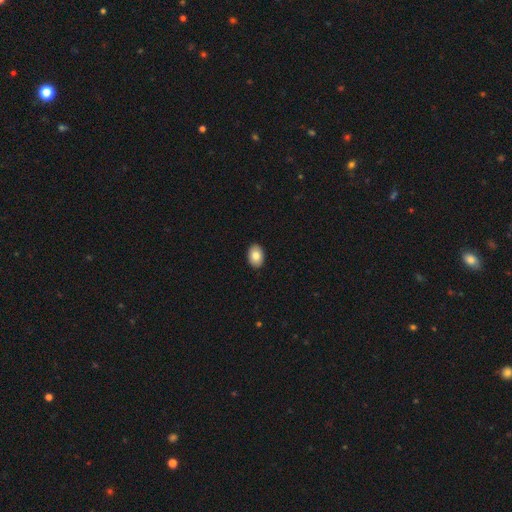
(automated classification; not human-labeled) Smooth or featured? smooth (84%)
How rounded? in between (84%)
Merging? none (92%)